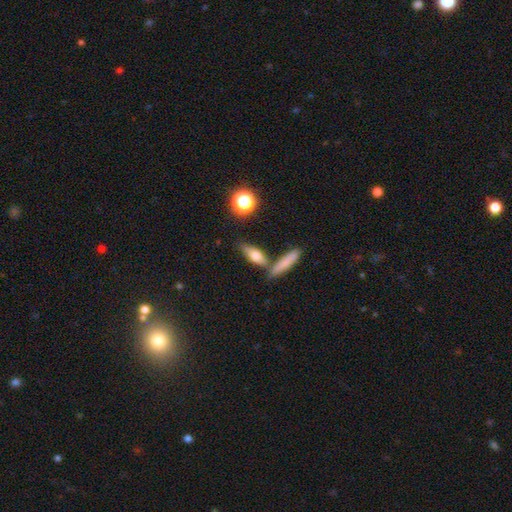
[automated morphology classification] A smooth galaxy with no disk features (65%) that is in between round and cigar-shaped (48%).

Vote fractions:
- Smooth or featured? smooth: 65% / featured or disk: 26% / star or artifact: 9%
- How rounded? in between: 48% / cigar-shaped: 46% / round: 6%
- Merging? none: 58% / merger: 25% / minor disturbance: 12% / major disturbance: 5%